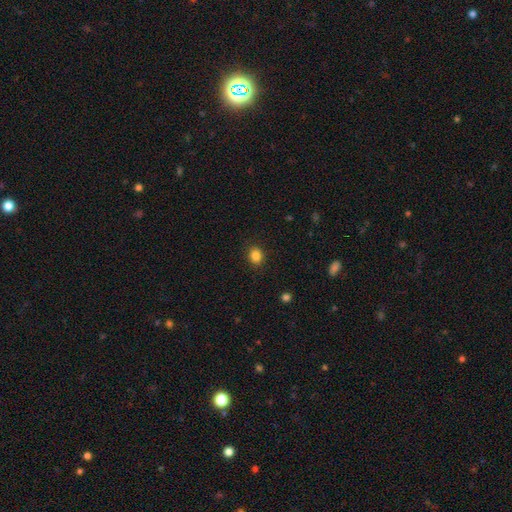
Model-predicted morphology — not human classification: Smooth or featured? Predicted: smooth (p=0.85). How rounded? Predicted: round (p=0.57). Merging? Predicted: none (p=0.89).